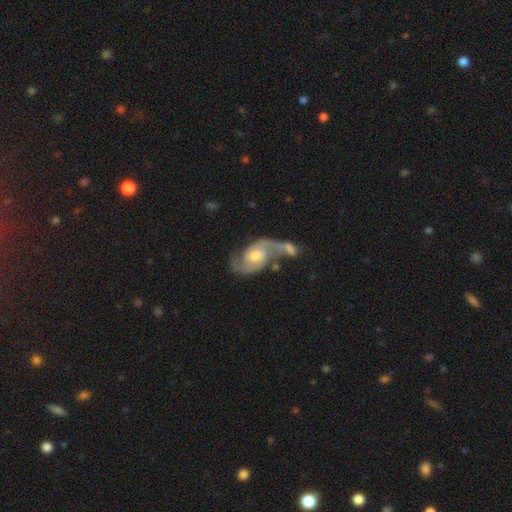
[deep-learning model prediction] featured or disk 87%, smooth 8%, star or artifact 6%. Down the decision tree: edge-on disk — no (97%); bar — no (60%); spiral arms — yes (96%); spiral arm count — 2 (89%); spiral winding — medium (48%); bulge size — moderate (59%); merging — merger (43%).